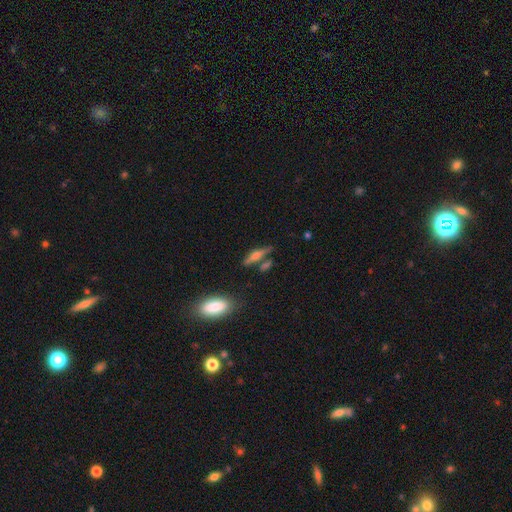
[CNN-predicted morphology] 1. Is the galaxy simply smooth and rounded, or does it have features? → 50% featured or disk, 40% smooth, 10% star or artifact.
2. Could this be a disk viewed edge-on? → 92% yes, 8% no.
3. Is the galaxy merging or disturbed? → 69% none, 14% minor disturbance, 11% merger, 5% major disturbance.